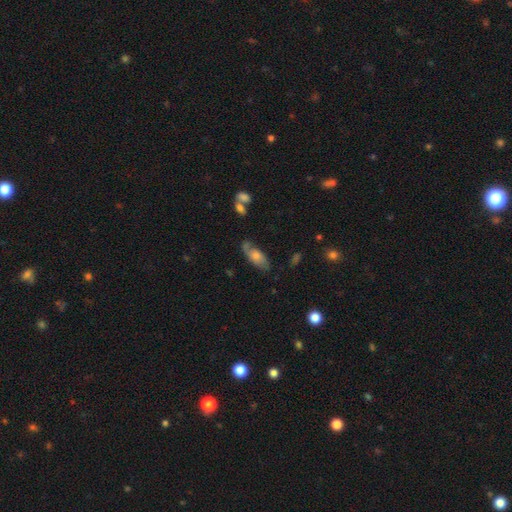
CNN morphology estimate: Smooth or featured? Predicted: smooth (p=0.60). How rounded? Predicted: in between (p=0.81). Merging? Predicted: none (p=0.58).